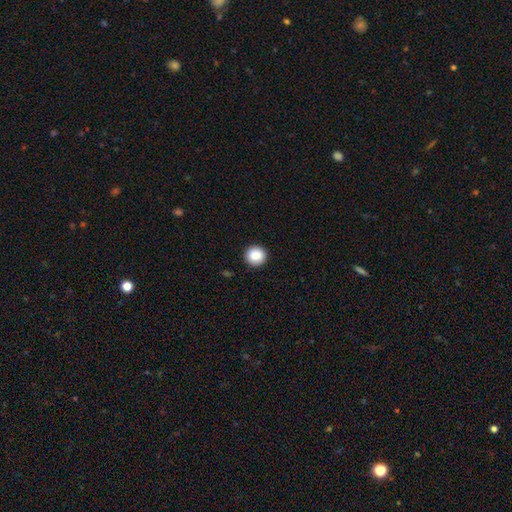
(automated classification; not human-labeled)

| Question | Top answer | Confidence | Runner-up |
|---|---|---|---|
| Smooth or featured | smooth | 85% | star or artifact (9%) |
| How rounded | round | 95% | in between (4%) |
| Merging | none | 93% | minor disturbance (4%) |